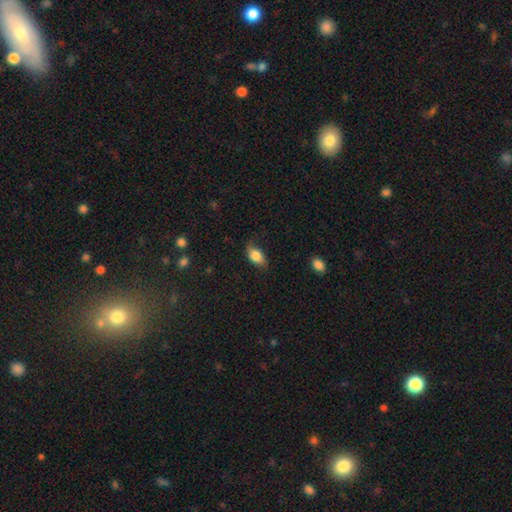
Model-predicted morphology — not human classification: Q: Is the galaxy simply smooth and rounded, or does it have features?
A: smooth — 75%.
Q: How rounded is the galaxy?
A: in between — 88%.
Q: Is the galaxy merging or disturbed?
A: none — 58%.